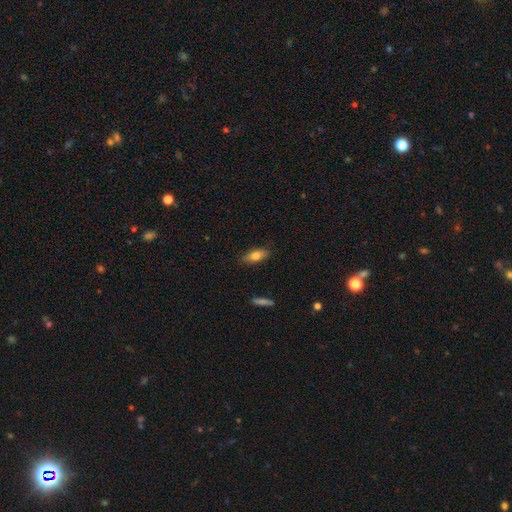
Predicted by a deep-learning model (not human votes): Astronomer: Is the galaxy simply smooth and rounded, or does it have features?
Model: smooth — 76%.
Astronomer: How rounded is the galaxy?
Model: in between — 76%.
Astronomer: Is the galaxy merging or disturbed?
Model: none — 85%.